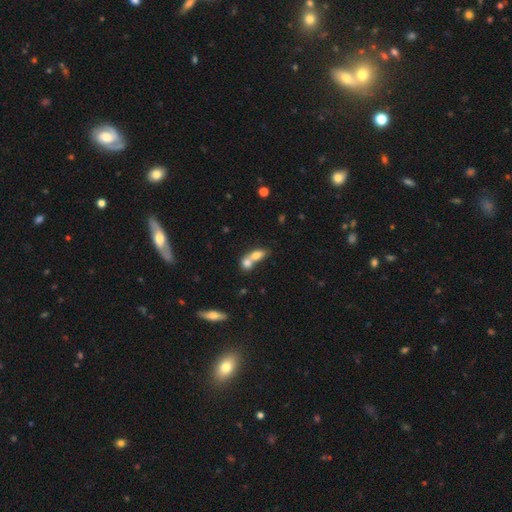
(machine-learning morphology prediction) A smooth galaxy with no disk features (75%) that is in between round and cigar-shaped (73%).

Vote fractions:
- Smooth or featured? smooth: 75% / featured or disk: 17% / star or artifact: 9%
- How rounded? in between: 73% / round: 17% / cigar-shaped: 9%
- Merging? merger: 69% / none: 21% / minor disturbance: 6% / major disturbance: 3%